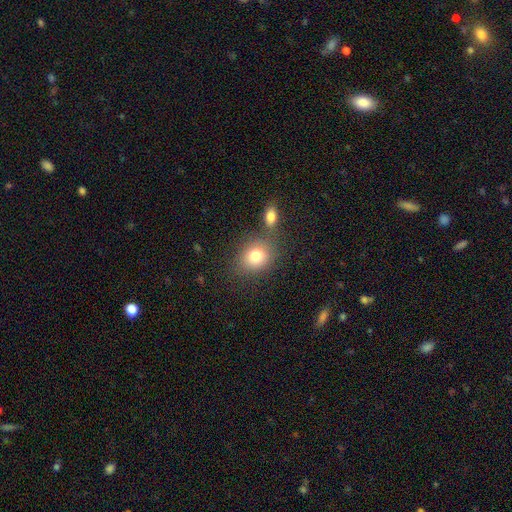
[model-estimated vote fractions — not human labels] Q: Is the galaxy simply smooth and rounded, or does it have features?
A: smooth — 79%.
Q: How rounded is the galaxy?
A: round — 56%.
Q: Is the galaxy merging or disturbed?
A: none — 64%.